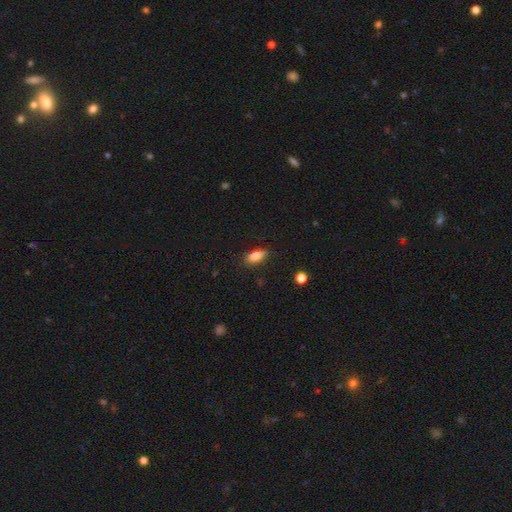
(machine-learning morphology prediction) The model was most divided on "merging": none: 79%, minor disturbance: 17%, major disturbance: 3%, merger: 1%. More confident: how rounded — in between (87%); smooth or featured — smooth (84%).